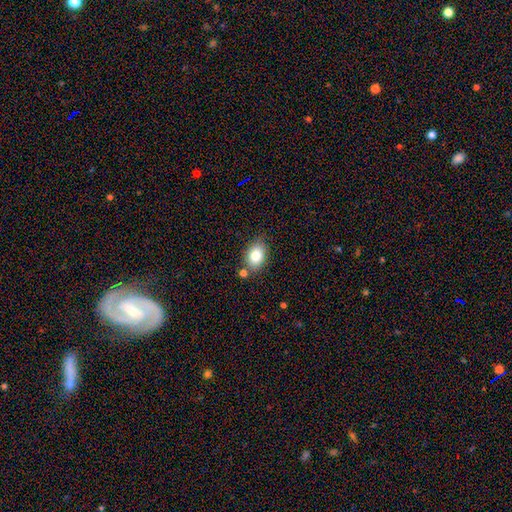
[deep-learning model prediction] The model was most divided on "how rounded": in between: 78%, round: 20%, cigar-shaped: 1%. More confident: smooth or featured — smooth (81%); merging — none (75%).